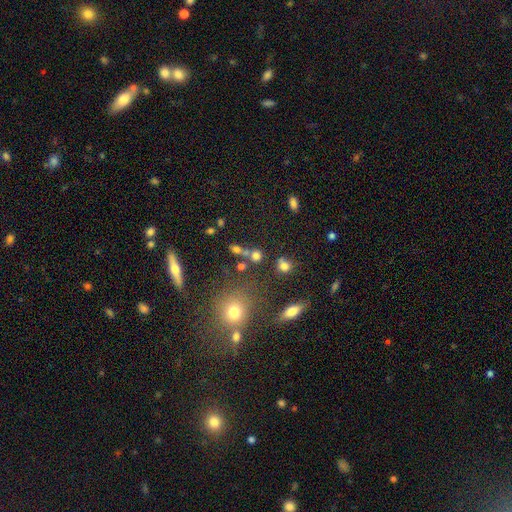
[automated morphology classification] smooth_or_featured: smooth (p=0.68) [alt: star or artifact p=0.20]
how_rounded: round (p=0.77) [alt: in between p=0.20]
merging: none (p=0.51) [alt: merger p=0.33]